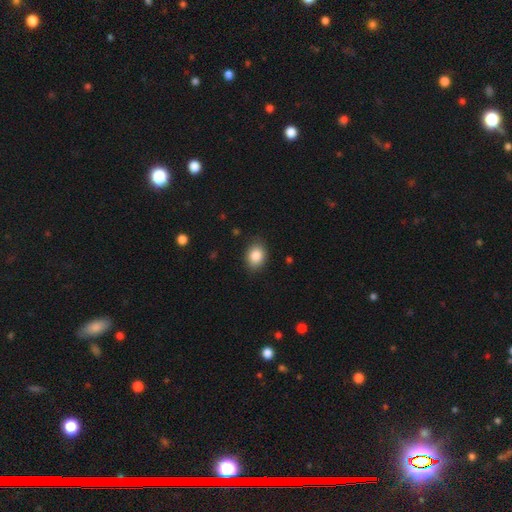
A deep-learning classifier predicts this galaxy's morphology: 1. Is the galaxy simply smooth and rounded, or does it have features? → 86% smooth, 8% star or artifact, 6% featured or disk.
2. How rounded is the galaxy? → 64% in between, 35% round, 1% cigar-shaped.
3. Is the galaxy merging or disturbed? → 84% none, 12% minor disturbance, 3% major disturbance, 1% merger.